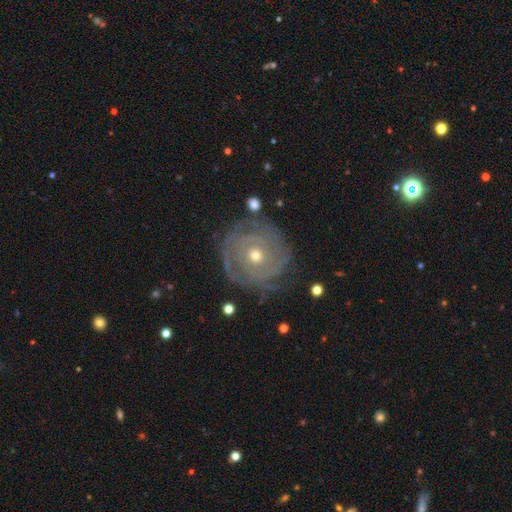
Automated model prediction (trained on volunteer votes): Smooth or featured: featured or disk — 78% (smooth — 14%)
Edge-on disk: no — 97% (yes — 3%)
Bar: no — 86% (weak — 11%)
Spiral arms: yes — 84% (no — 16%)
Spiral winding: tight — 81% (medium — 14%)
Spiral arm count: can't tell — 45% (3 — 16%)
Bulge size: small — 53% (moderate — 44%)
Merging: none — 75% (minor disturbance — 16%)